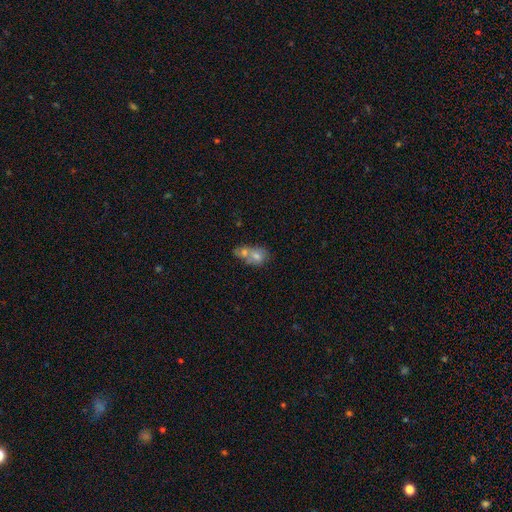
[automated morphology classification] smooth_or_featured: smooth (p=0.64) [alt: featured or disk p=0.26]
how_rounded: in between (p=0.63) [alt: round p=0.35]
merging: merger (p=0.67) [alt: none p=0.19]